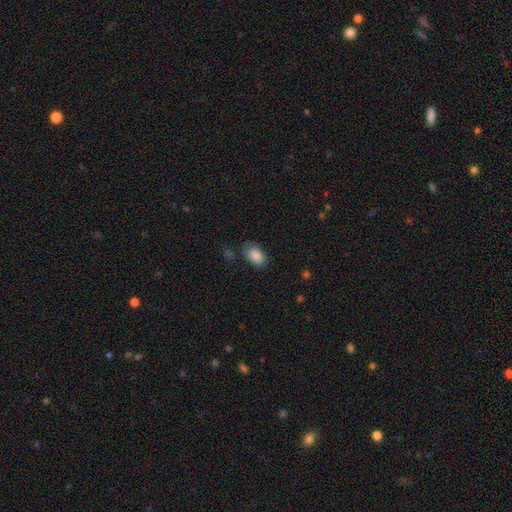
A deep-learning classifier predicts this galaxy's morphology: smooth_or_featured: smooth (p=0.87) [alt: star or artifact p=0.07]
how_rounded: in between (p=0.91) [alt: round p=0.08]
merging: none (p=0.69) [alt: minor disturbance p=0.22]